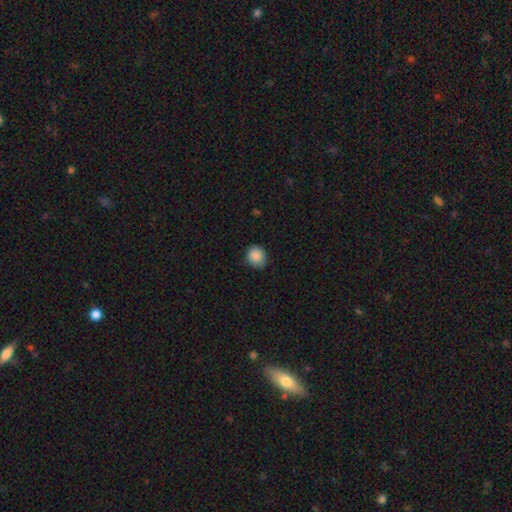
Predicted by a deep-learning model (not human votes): A smooth galaxy with no disk features (87%) that is round (76%).

Vote fractions:
- Smooth or featured? smooth: 87% / star or artifact: 8% / featured or disk: 4%
- How rounded? round: 76% / in between: 23% / cigar-shaped: 1%
- Merging? none: 71% / minor disturbance: 25% / major disturbance: 3% / merger: 1%